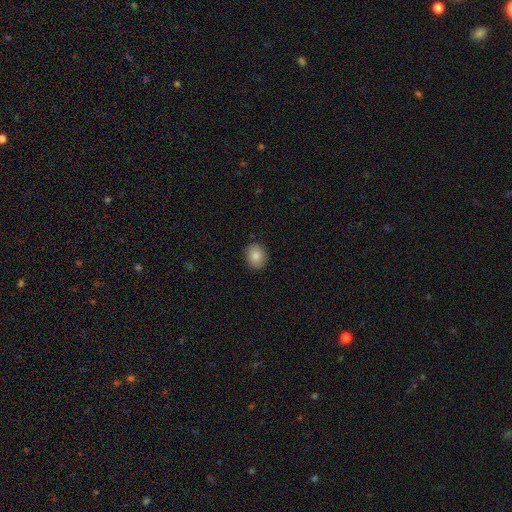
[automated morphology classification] smooth 86%, star or artifact 8%, featured or disk 6%. Down the decision tree: how rounded — round (52%); merging — none (89%).